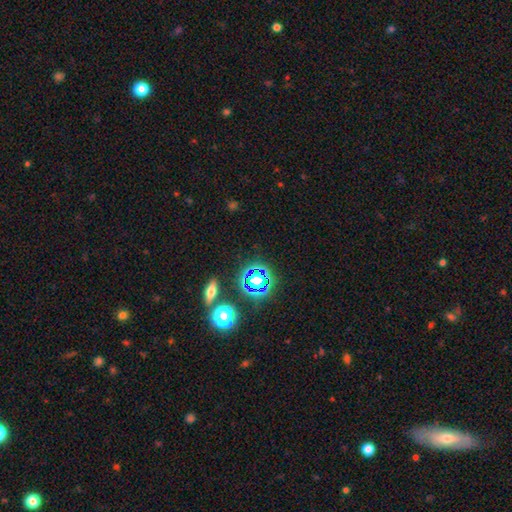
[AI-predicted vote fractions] Smooth or featured: star or artifact — 69% (smooth — 21%)